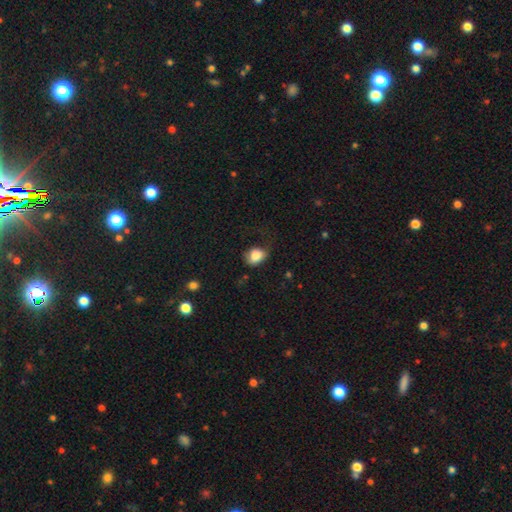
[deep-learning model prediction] The model was most divided on "how rounded": in between: 56%, round: 43%, cigar-shaped: 1%. Remaining: smooth or featured — smooth (84%); merging — none (48%).